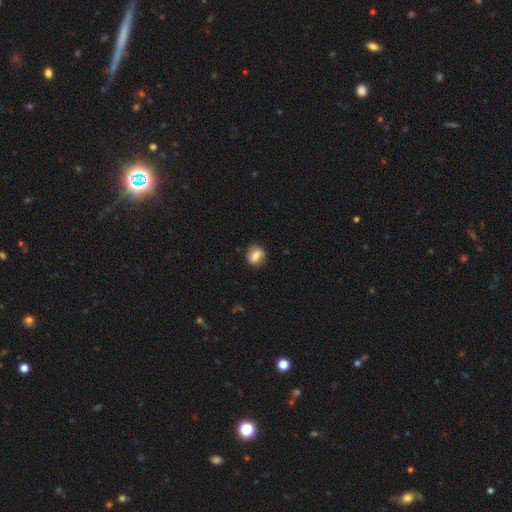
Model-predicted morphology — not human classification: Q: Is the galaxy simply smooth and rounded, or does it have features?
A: smooth — 73%.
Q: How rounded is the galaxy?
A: in between — 50%.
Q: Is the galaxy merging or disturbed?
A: none — 82%.